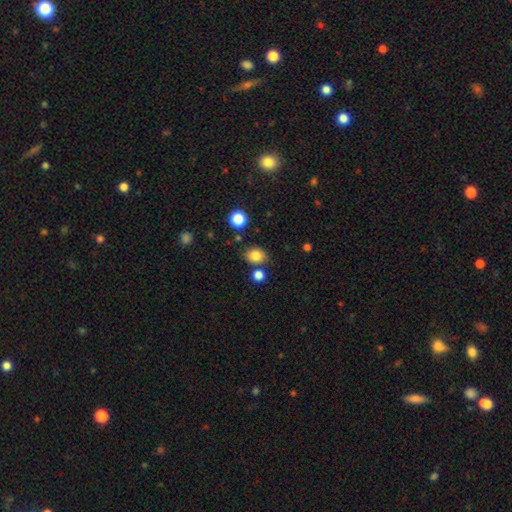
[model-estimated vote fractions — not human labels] Smooth or featured? Predicted: smooth (p=0.82). How rounded? Predicted: round (p=0.57). Merging? Predicted: none (p=0.76).